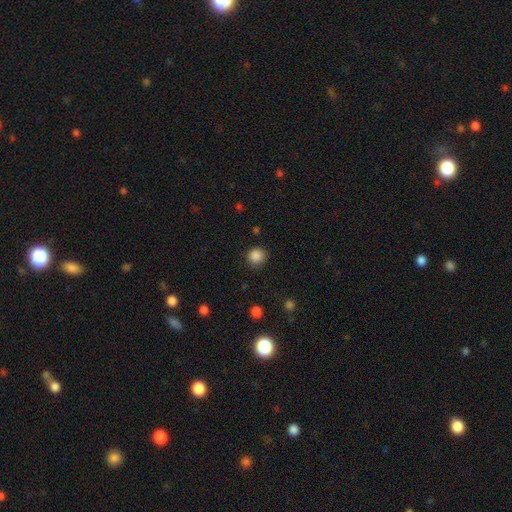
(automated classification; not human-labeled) Smooth or featured? smooth (86%)
How rounded? round (92%)
Merging? none (87%)